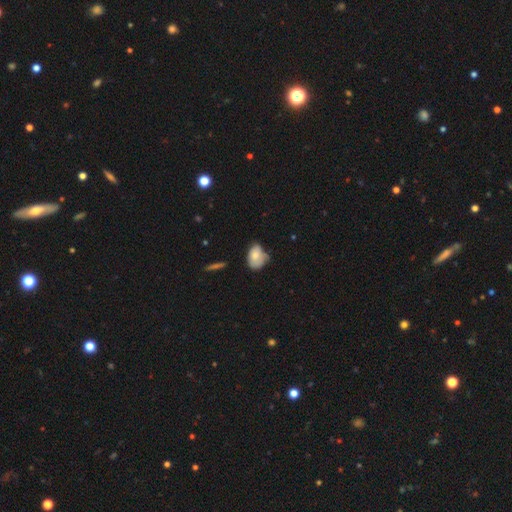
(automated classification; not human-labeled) Smooth or featured: smooth — 72% (featured or disk — 20%)
How rounded: in between — 75% (round — 24%)
Merging: minor disturbance — 42% (none — 40%)